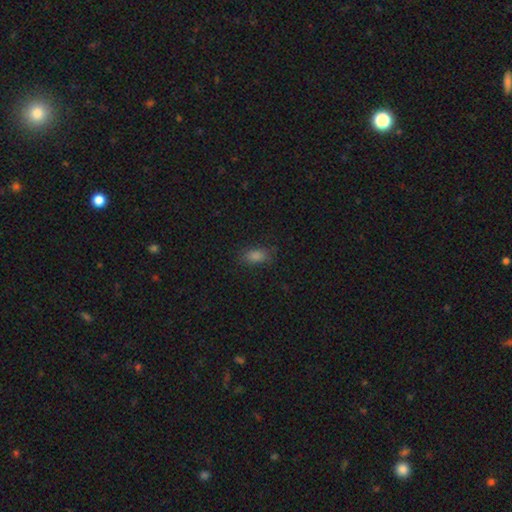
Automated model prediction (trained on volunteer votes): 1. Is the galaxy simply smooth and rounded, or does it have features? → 80% smooth, 15% star or artifact, 5% featured or disk.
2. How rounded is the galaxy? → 85% in between, 10% round, 5% cigar-shaped.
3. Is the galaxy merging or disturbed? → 82% none, 13% minor disturbance, 3% major disturbance, 1% merger.